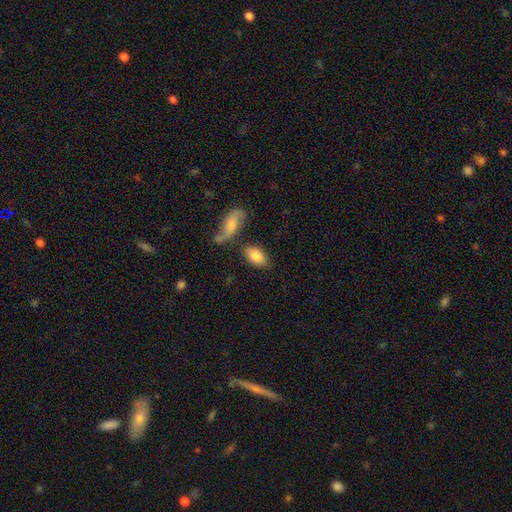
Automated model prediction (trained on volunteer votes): smooth 83%, featured or disk 11%, star or artifact 6%. Down the decision tree: how rounded — in between (93%); merging — none (69%).